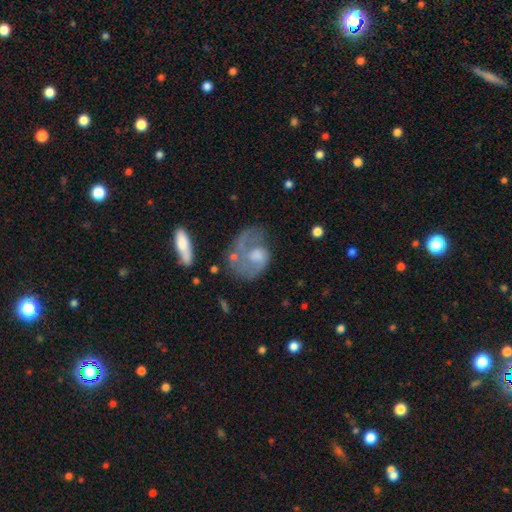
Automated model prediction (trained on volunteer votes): Smooth or featured: featured or disk — 61% (smooth — 31%)
Edge-on disk: no — 96% (yes — 4%)
Bar: no — 77% (weak — 19%)
Spiral arms: yes — 67% (no — 33%)
Bulge size: moderate — 43% (large — 19%)
Merging: major disturbance — 38% (none — 36%)